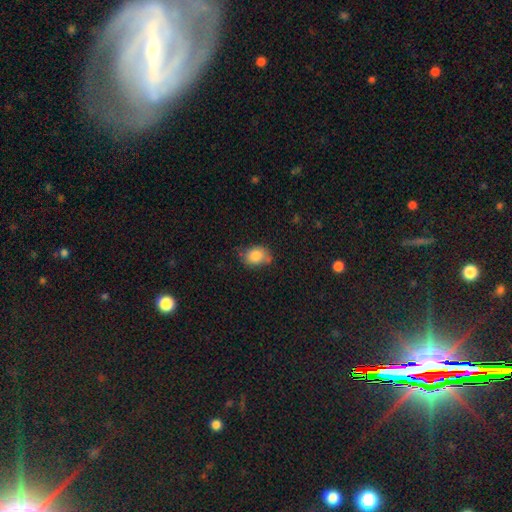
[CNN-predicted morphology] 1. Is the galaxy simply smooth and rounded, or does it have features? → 84% smooth, 8% star or artifact, 7% featured or disk.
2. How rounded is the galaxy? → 62% in between, 37% round, 1% cigar-shaped.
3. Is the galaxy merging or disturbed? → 61% none, 28% minor disturbance, 6% major disturbance, 5% merger.